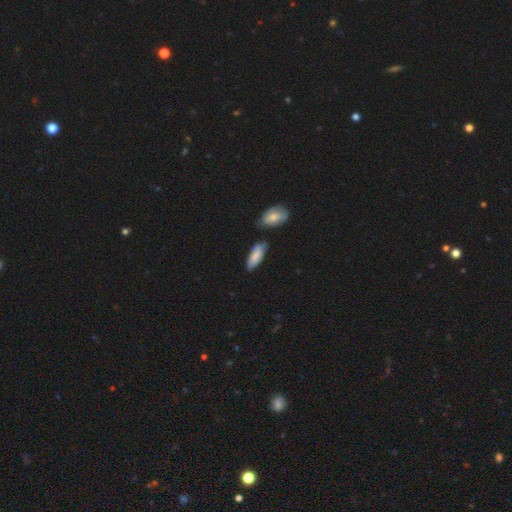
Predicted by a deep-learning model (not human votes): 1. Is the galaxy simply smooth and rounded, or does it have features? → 78% smooth, 16% featured or disk, 6% star or artifact.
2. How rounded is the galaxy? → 73% in between, 25% cigar-shaped, 2% round.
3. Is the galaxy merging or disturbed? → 64% none, 22% minor disturbance, 9% merger, 4% major disturbance.